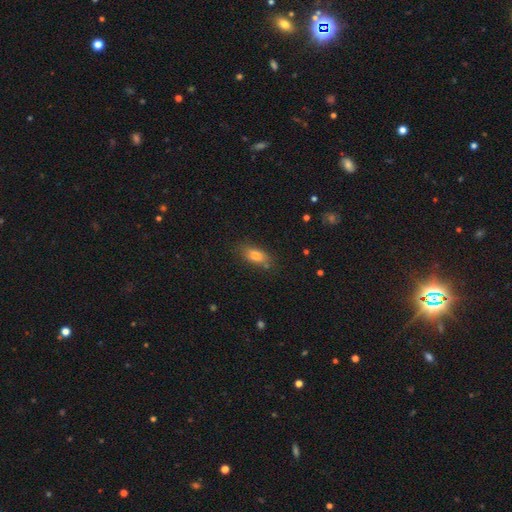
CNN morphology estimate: Overall: smooth (77%). How rounded: in between (77%). Merging: none (75%).